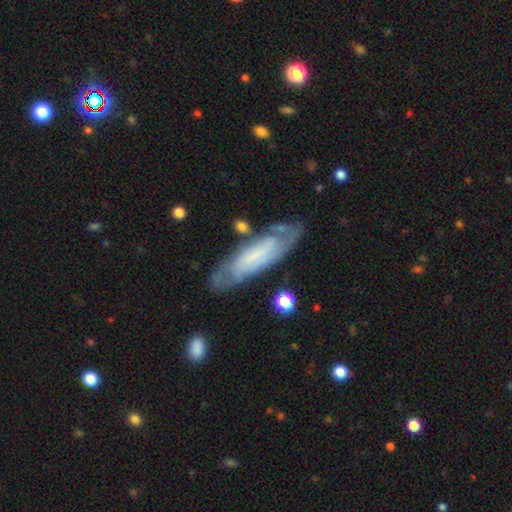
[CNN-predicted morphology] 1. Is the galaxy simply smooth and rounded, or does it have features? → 64% featured or disk, 29% smooth, 7% star or artifact.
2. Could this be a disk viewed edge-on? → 77% no, 23% yes.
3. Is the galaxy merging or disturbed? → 72% none, 18% minor disturbance, 7% major disturbance, 3% merger.